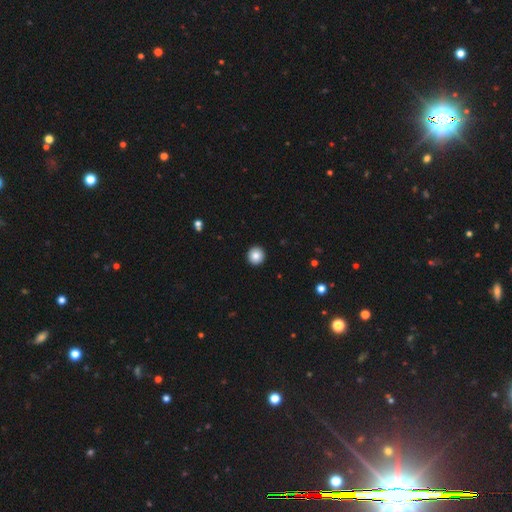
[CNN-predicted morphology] Overall: smooth (86%). How rounded: round (95%). Merging: none (94%).